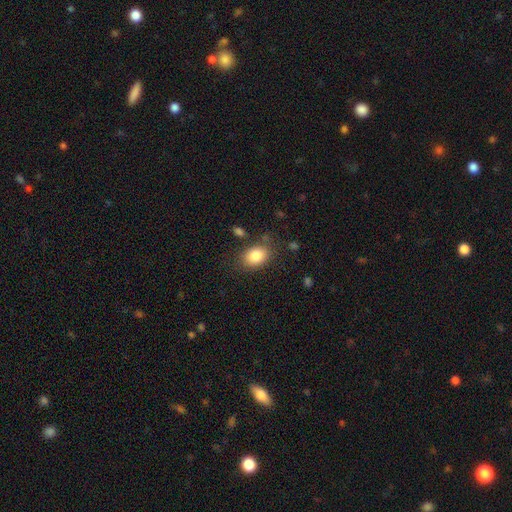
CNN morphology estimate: smooth 85%, star or artifact 8%, featured or disk 7%. Down the decision tree: how rounded — in between (78%); merging — none (79%).